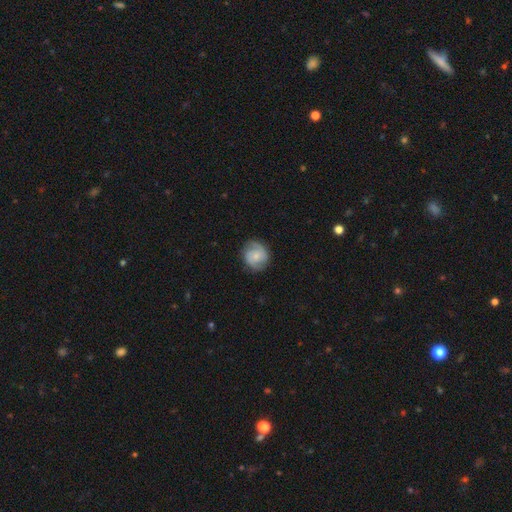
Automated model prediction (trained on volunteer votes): Smooth or featured? featured or disk (52%)
Edge-on disk? no (97%)
Bar? no (71%)
Spiral arms? yes (88%)
Bulge size? small (62%)
Merging? none (78%)